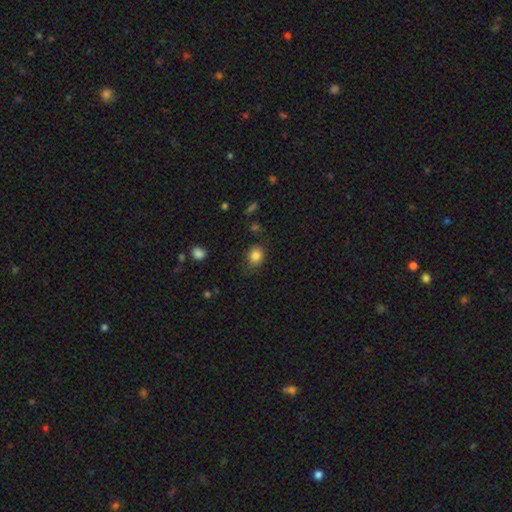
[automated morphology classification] A smooth galaxy with no disk features (84%) that is round (60%). Merging: none (74%).